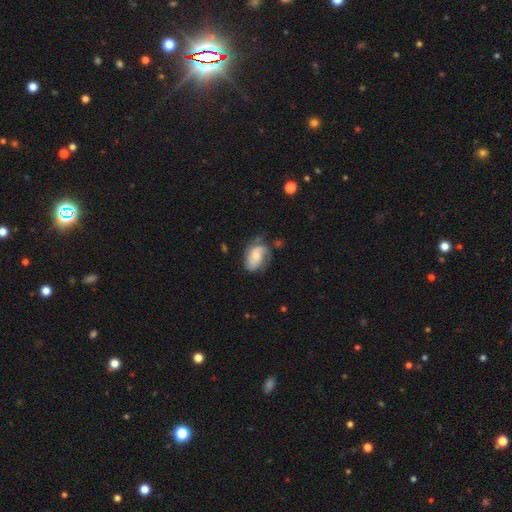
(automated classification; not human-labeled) Overall: featured or disk (58%; smooth 35%). Edge-on disk: no (97%). Bar: no (59%; weak 34%). Spiral arms: yes (85%). Bulge size: small (43%; moderate 38%). Merging: none (49%; minor disturbance 30%).